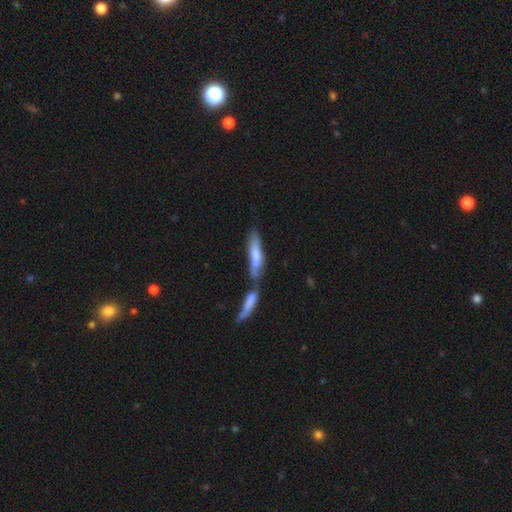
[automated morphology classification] Q: Smooth or featured?
A: smooth (63%); runner-up: featured or disk (31%)
Q: How rounded?
A: cigar-shaped (73%); runner-up: in between (26%)
Q: Merging?
A: merger (57%); runner-up: none (27%)